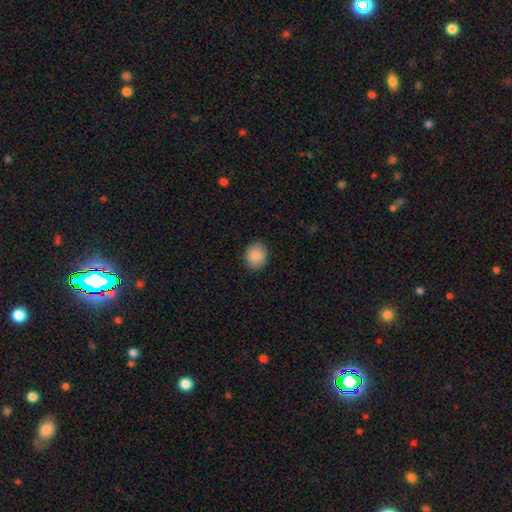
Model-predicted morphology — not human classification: Overall: smooth (88%). How rounded: round (69%; in between 30%). Merging: none (88%).